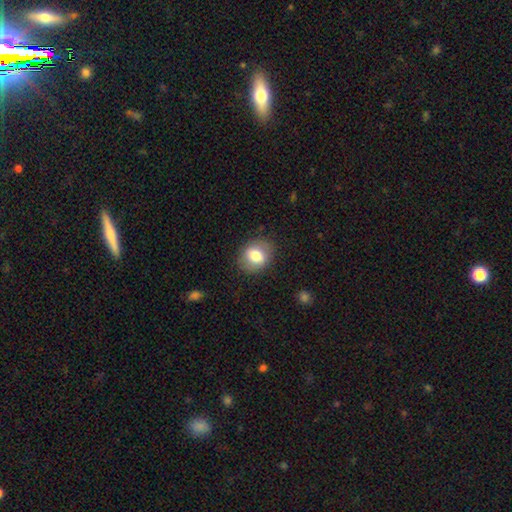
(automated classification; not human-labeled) Smooth or featured? smooth (77%)
How rounded? round (51%)
Merging? none (84%)